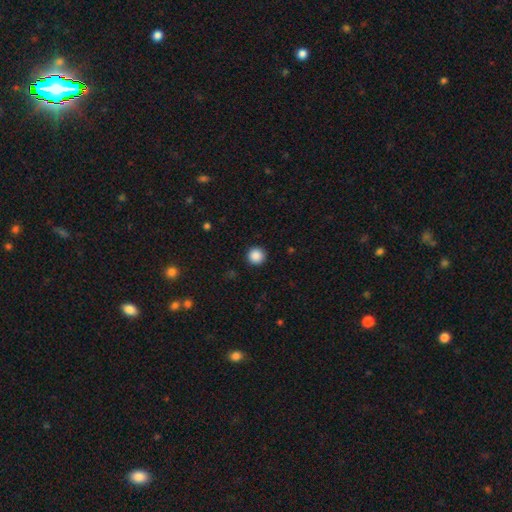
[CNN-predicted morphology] smooth_or_featured: smooth (p=0.88) [alt: star or artifact p=0.10]
how_rounded: round (p=0.96) [alt: in between p=0.03]
merging: none (p=0.92) [alt: minor disturbance p=0.05]